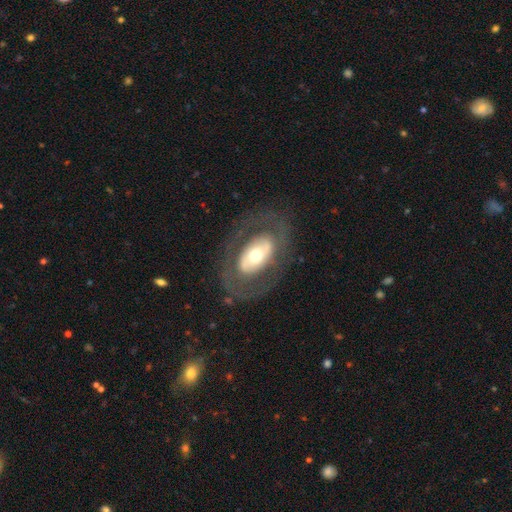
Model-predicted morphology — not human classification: Smooth or featured?
  - featured or disk: 64% *
  - smooth: 30%
  - star or artifact: 6%
Edge-on disk?
  - no: 92% *
  - yes: 8%
Bar?
  - no: 63% *
  - weak: 19%
  - strong: 18%
Spiral arms?
  - no: 66% *
  - yes: 34%
Bulge size?
  - moderate: 62% *
  - large: 18%
  - small: 17%
  - dominant: 3%
  - none: 1%
Merging?
  - none: 75% *
  - minor disturbance: 12%
  - major disturbance: 11%
  - merger: 1%